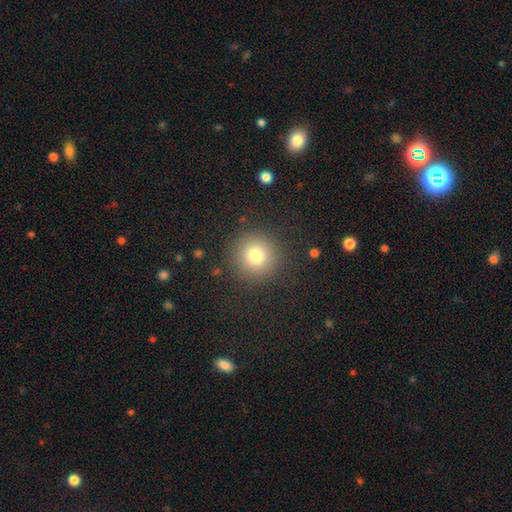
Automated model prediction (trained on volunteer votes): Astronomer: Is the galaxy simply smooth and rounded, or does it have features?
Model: smooth — 77%.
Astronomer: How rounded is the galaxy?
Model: round — 95%.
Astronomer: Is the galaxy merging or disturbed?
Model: none — 88%.